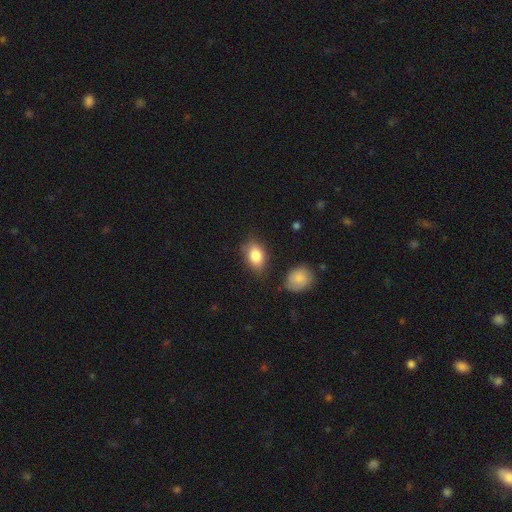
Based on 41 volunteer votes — smooth_or_featured: smooth (p=0.76) [alt: featured or disk p=0.17]
how_rounded: in between (p=0.97) [alt: cigar-shaped p=0.03]
merging: none (p=0.74) [alt: minor disturbance p=0.21]